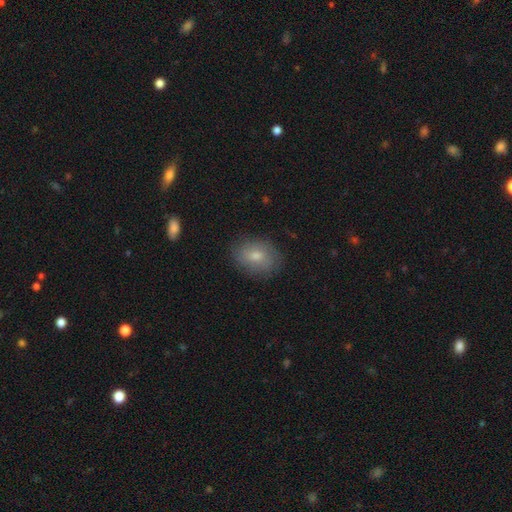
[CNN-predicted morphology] This appears to be a smooth galaxy with no disk features (67%) that is in between round and cigar-shaped (69%). Merging: none (83%).